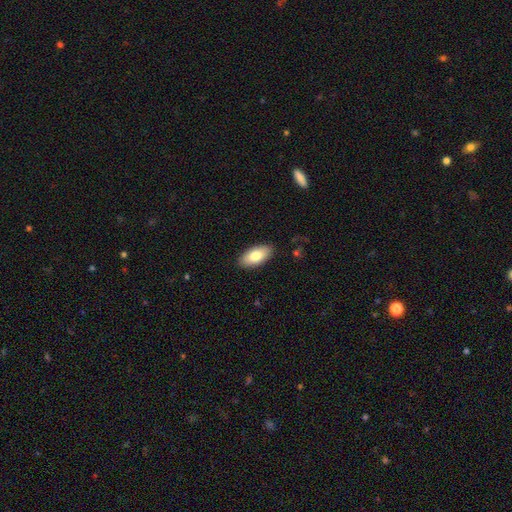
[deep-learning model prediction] Q: Smooth or featured?
A: smooth (81%); runner-up: featured or disk (13%)
Q: How rounded?
A: in between (92%); runner-up: cigar-shaped (5%)
Q: Merging?
A: none (88%); runner-up: minor disturbance (9%)